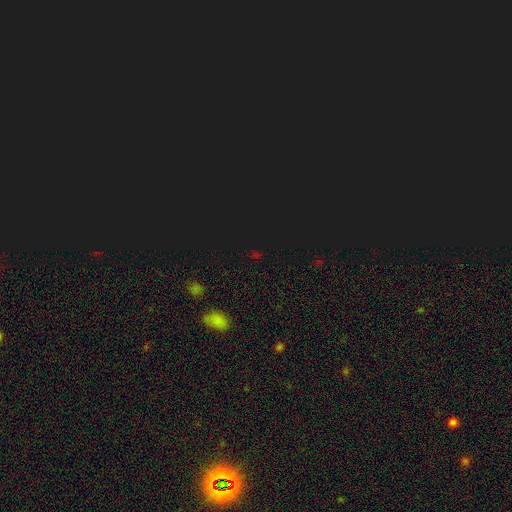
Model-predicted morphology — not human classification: Smooth or featured?
  - star or artifact: 76% *
  - smooth: 17%
  - featured or disk: 7%